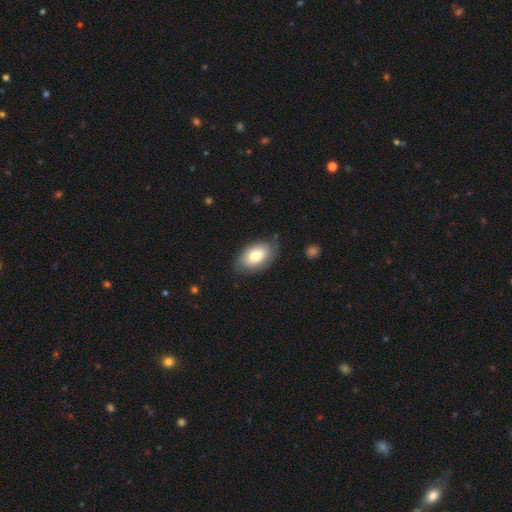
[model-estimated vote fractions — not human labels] Morphology: type=smooth (76%); roundness=in between (91%); merging=none (77%).